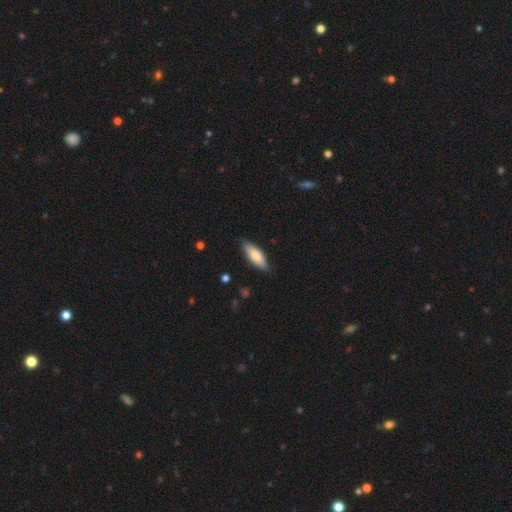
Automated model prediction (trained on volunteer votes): Q: Smooth or featured?
A: smooth (77%); runner-up: featured or disk (18%)
Q: How rounded?
A: in between (59%); runner-up: cigar-shaped (40%)
Q: Merging?
A: none (85%); runner-up: minor disturbance (12%)